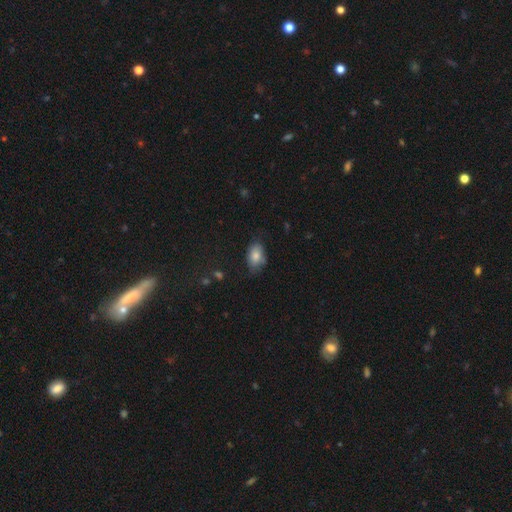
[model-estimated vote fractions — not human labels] A smooth galaxy with no disk features (81%) that is in between round and cigar-shaped (87%).

Vote fractions:
- Smooth or featured? smooth: 81% / featured or disk: 11% / star or artifact: 8%
- How rounded? in between: 87% / round: 11% / cigar-shaped: 2%
- Merging? none: 63% / minor disturbance: 28% / major disturbance: 7% / merger: 2%